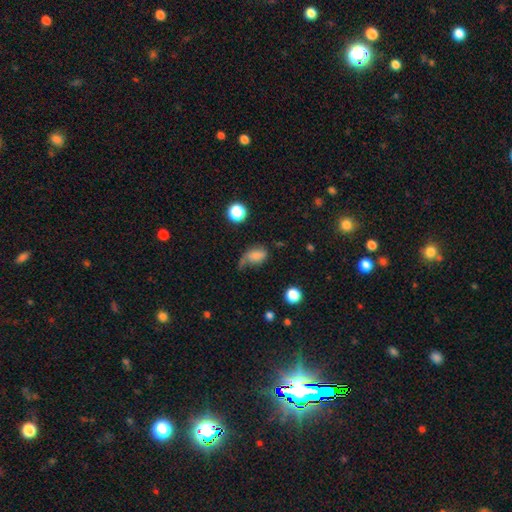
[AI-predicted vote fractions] This is likely a smooth galaxy (70%). How rounded: clearly in between (80%). Merging: marginally none (32%).